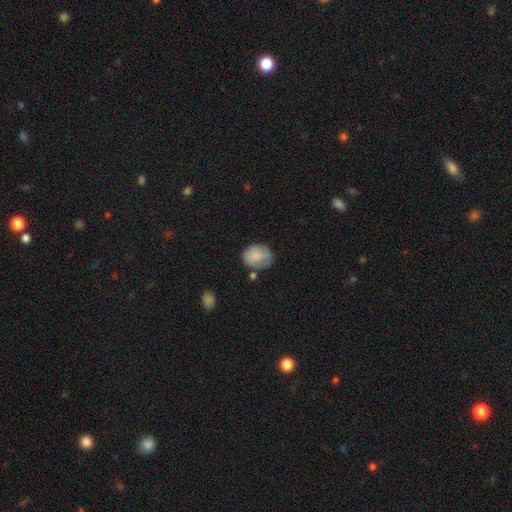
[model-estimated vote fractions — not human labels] Overall: smooth (77%). How rounded: round (58%; in between 41%). Merging: none (60%; minor disturbance 26%).